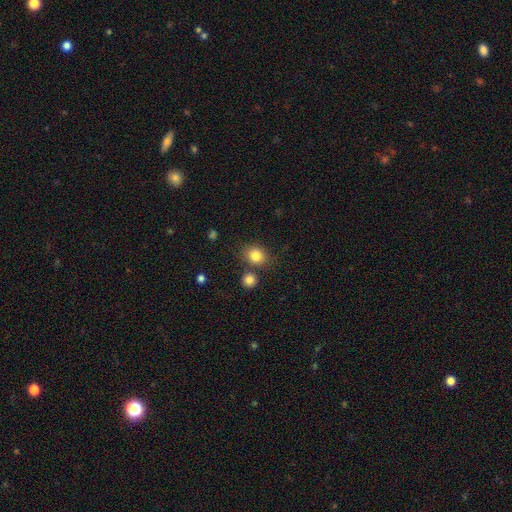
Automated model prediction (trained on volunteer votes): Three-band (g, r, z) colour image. It shows a smooth galaxy with no disk features (83%) that is round (64%). Merging: none (72%).